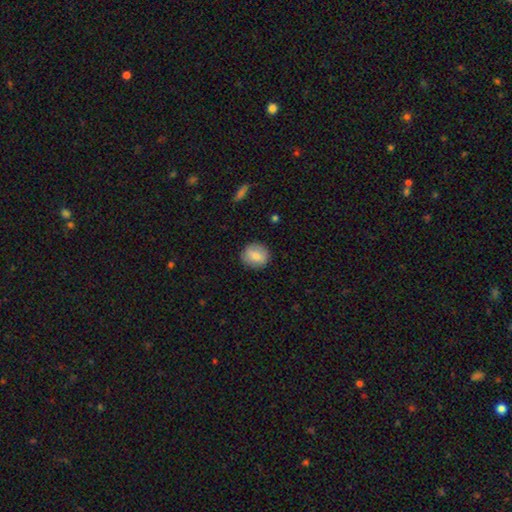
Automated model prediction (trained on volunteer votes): Smooth or featured: smooth — 77% (featured or disk — 15%)
How rounded: round — 82% (in between — 17%)
Merging: none — 86% (minor disturbance — 10%)